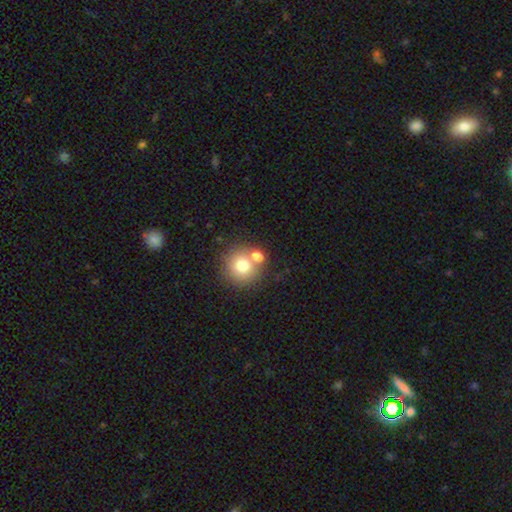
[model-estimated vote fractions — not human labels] smooth_or_featured: smooth (p=0.75) [alt: featured or disk p=0.14]
how_rounded: round (p=0.89) [alt: in between p=0.10]
merging: none (p=0.59) [alt: merger p=0.28]